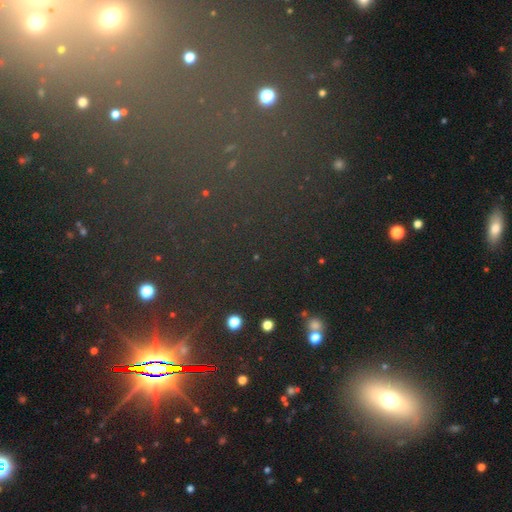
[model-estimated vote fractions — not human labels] Overall: star or artifact (69%).